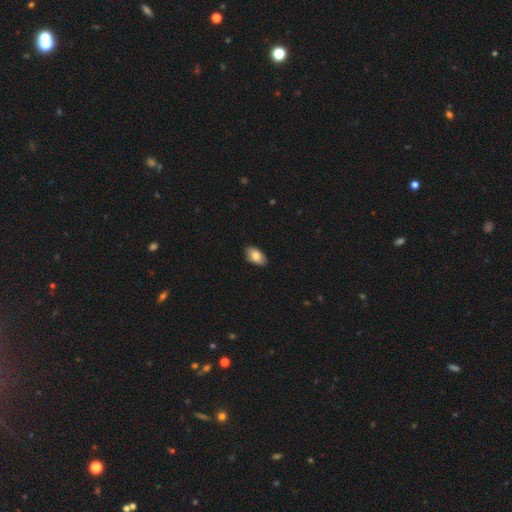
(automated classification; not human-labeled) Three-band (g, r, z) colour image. It shows a smooth galaxy with no disk features (81%) that is in between round and cigar-shaped (94%). Merging: none (87%).